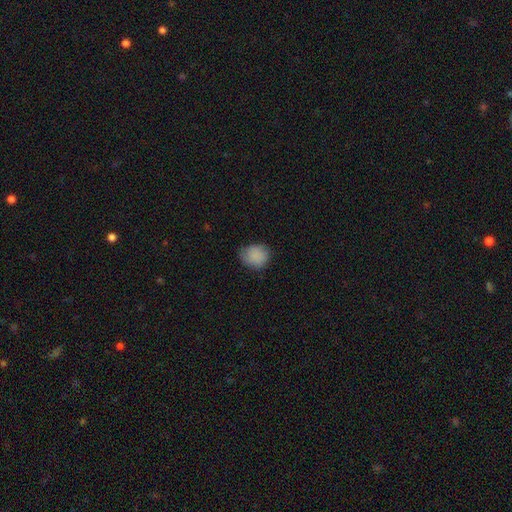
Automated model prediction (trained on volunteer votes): A smooth galaxy with no disk features (86%) that is round (64%). Merging: none (65%).